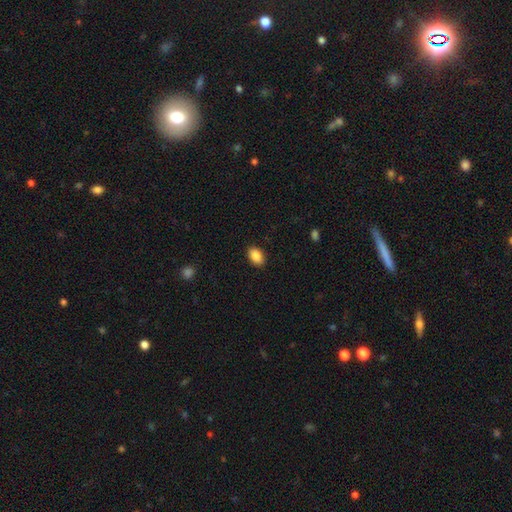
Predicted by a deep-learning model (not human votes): Morphology: type=smooth (88%); roundness=in between (87%); merging=none (90%).